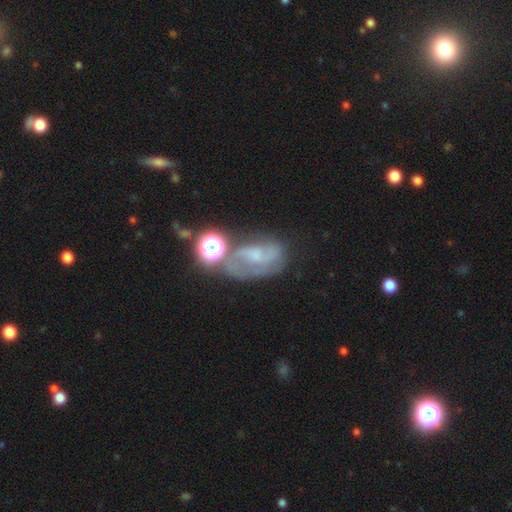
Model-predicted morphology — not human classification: featured or disk 59%, smooth 22%, star or artifact 19%. Down the decision tree: edge-on disk — no (95%); bar — no (52%); spiral arms — yes (78%); bulge size — small (49%); merging — none (41%).